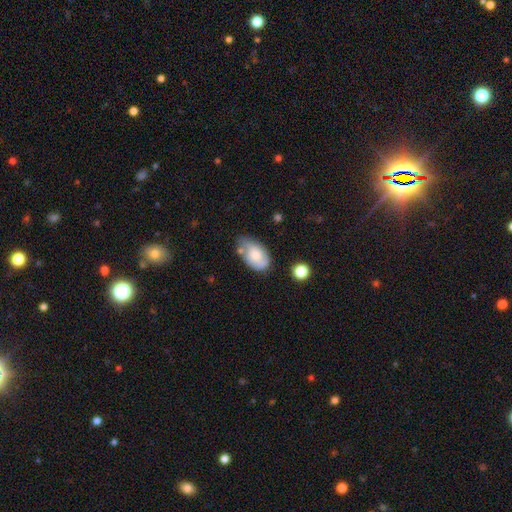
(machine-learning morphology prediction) This appears to be a smooth galaxy with no disk features (61%) that is in between round and cigar-shaped (90%). Merging: none (49%).